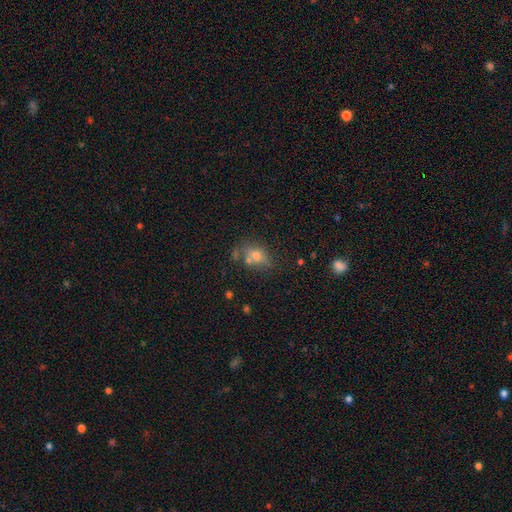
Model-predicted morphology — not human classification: Smooth or featured?
  - smooth: 61% *
  - featured or disk: 21%
  - star or artifact: 17%
How rounded?
  - in between: 61% *
  - round: 35%
  - cigar-shaped: 4%
Merging?
  - none: 56% *
  - merger: 19%
  - minor disturbance: 18%
  - major disturbance: 7%